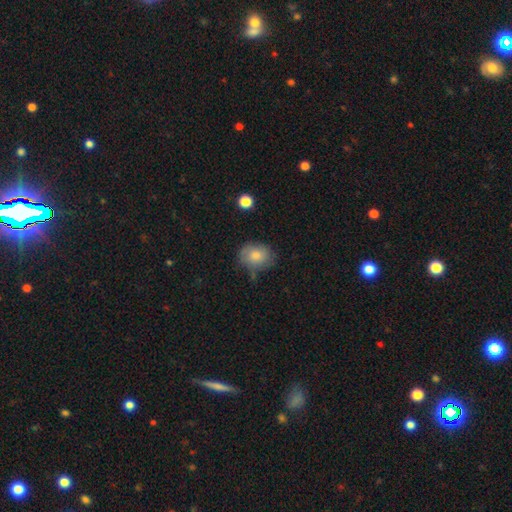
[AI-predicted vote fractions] Smooth or featured?
  - smooth: 77% *
  - featured or disk: 14%
  - star or artifact: 8%
How rounded?
  - round: 55% *
  - in between: 44%
  - cigar-shaped: 1%
Merging?
  - none: 59% *
  - minor disturbance: 29%
  - major disturbance: 8%
  - merger: 4%